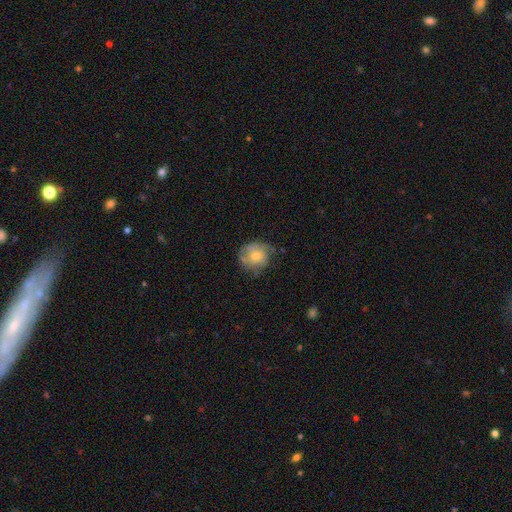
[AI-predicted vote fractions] A featured or disk galaxy (57%) with no bar (79%), spiral arms (82%) and a moderate central bulge (52%).

Vote fractions:
- Smooth or featured? featured or disk: 57% / smooth: 36% / star or artifact: 8%
- Edge-on disk? no: 97% / yes: 3%
- Bar? no: 79% / weak: 18% / strong: 3%
- Spiral arms? yes: 82% / no: 18%
- Bulge size? moderate: 52% / small: 42% / large: 3% / none: 2% / dominant: 1%
- Merging? none: 60% / minor disturbance: 27% / major disturbance: 12% / merger: 1%